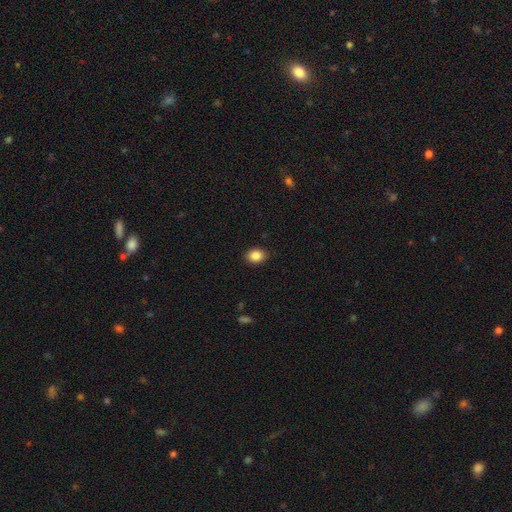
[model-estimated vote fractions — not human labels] This is clearly a smooth galaxy (86%). How rounded: likely in between (61%). Merging: clearly none (89%).